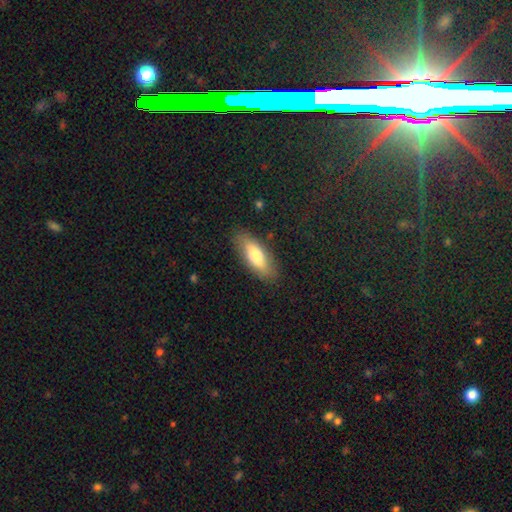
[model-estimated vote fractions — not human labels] Smooth or featured: smooth — 70% (featured or disk — 24%)
How rounded: in between — 73% (cigar-shaped — 24%)
Merging: none — 84% (minor disturbance — 12%)